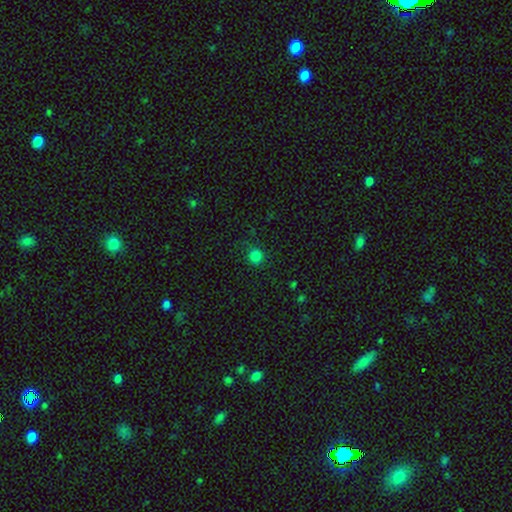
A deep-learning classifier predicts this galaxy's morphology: Smooth or featured?
  - smooth: 82% *
  - star or artifact: 14%
  - featured or disk: 3%
How rounded?
  - round: 92% *
  - in between: 7%
  - cigar-shaped: 1%
Merging?
  - none: 86% *
  - minor disturbance: 9%
  - major disturbance: 3%
  - merger: 1%